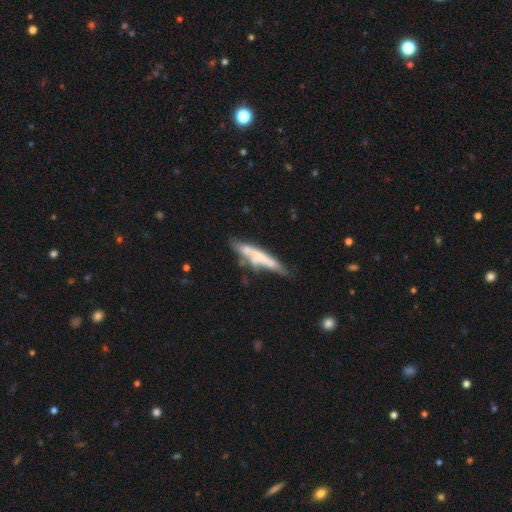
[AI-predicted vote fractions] smooth-or-featured: featured or disk: 49% | smooth: 43% | star or artifact: 8%
  merging: none: 43% | minor disturbance: 24% | merger: 20% | major disturbance: 13%